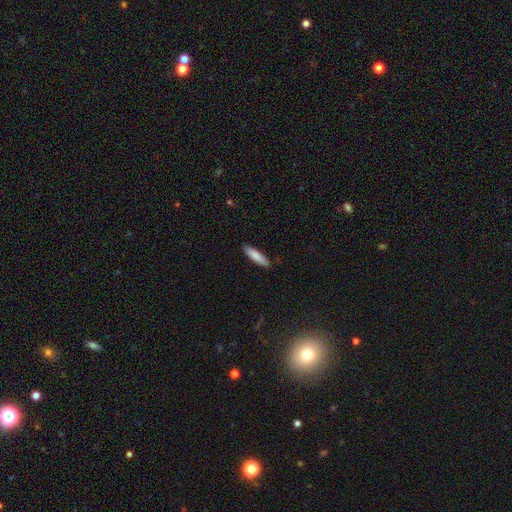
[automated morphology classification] Smooth or featured?
  - smooth: 84% *
  - featured or disk: 10%
  - star or artifact: 5%
How rounded?
  - cigar-shaped: 77% *
  - in between: 22%
  - round: 1%
Merging?
  - none: 90% *
  - minor disturbance: 8%
  - major disturbance: 2%
  - merger: 1%